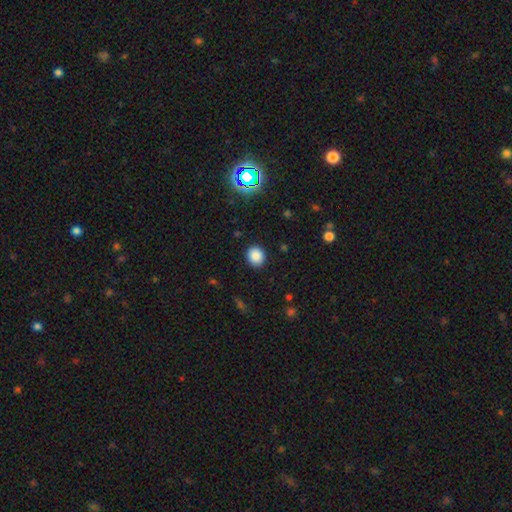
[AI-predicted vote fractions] Smooth or featured? Predicted: smooth (p=0.85). How rounded? Predicted: round (p=0.75). Merging? Predicted: none (p=0.90).